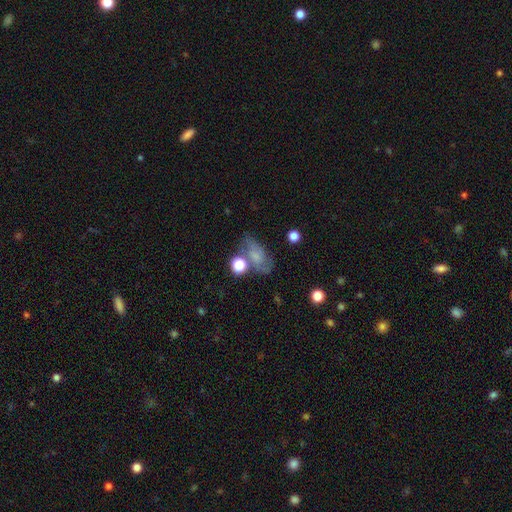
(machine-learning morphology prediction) Smooth or featured? featured or disk (45%)
Merging? none (48%)